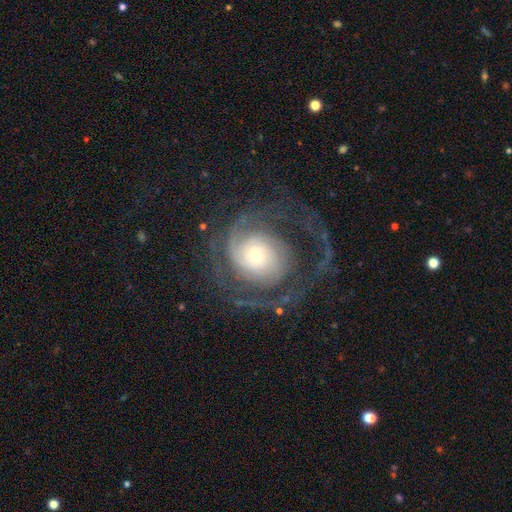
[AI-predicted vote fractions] smooth_or_featured: featured or disk (p=0.88) [alt: smooth p=0.07]
disk_edge_on: no (p=0.98) [alt: yes p=0.02]
bar: no (p=0.72) [alt: weak p=0.21]
has_spiral_arms: yes (p=0.97) [alt: no p=0.03]
spiral_winding: tight (p=0.51) [alt: medium p=0.34]
spiral_arm_count: 2 (p=0.45) [alt: 3 p=0.17]
bulge_size: small (p=0.57) [alt: moderate p=0.28]
merging: none (p=0.62) [alt: major disturbance p=0.24]